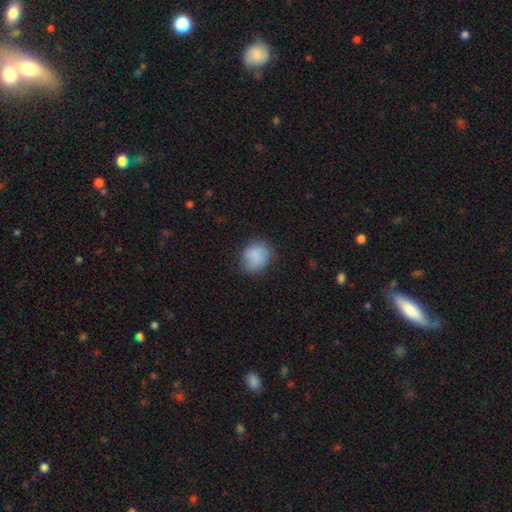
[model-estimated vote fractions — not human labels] Overall: smooth (83%). How rounded: round (61%; in between 38%). Merging: none (69%).